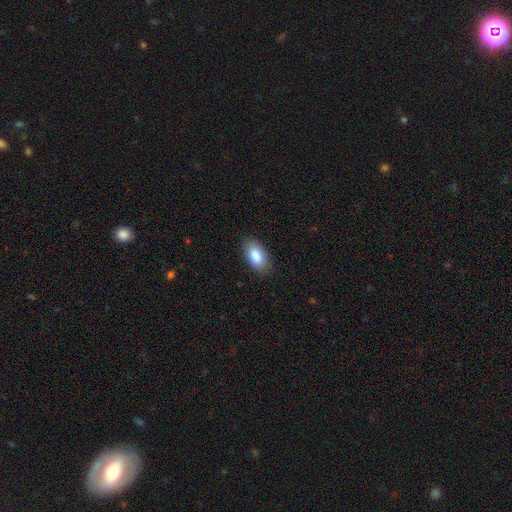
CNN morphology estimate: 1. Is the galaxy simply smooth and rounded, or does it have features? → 87% smooth, 7% featured or disk, 6% star or artifact.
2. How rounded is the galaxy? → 93% in between, 4% cigar-shaped, 3% round.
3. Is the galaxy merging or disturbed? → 87% none, 10% minor disturbance, 2% major disturbance, 1% merger.